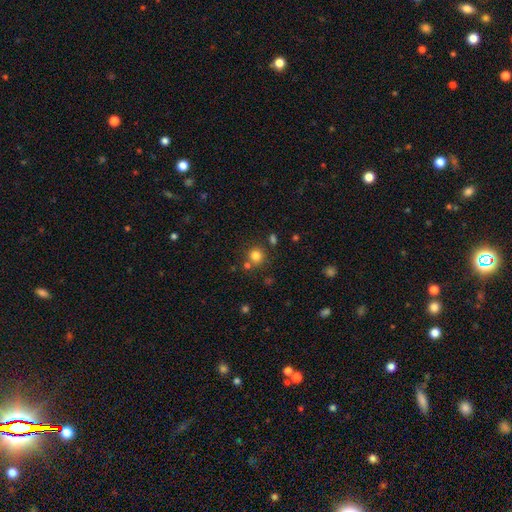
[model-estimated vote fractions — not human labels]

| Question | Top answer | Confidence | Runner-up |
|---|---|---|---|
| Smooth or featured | smooth | 80% | star or artifact (14%) |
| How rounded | round | 91% | in between (8%) |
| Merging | none | 76% | merger (12%) |